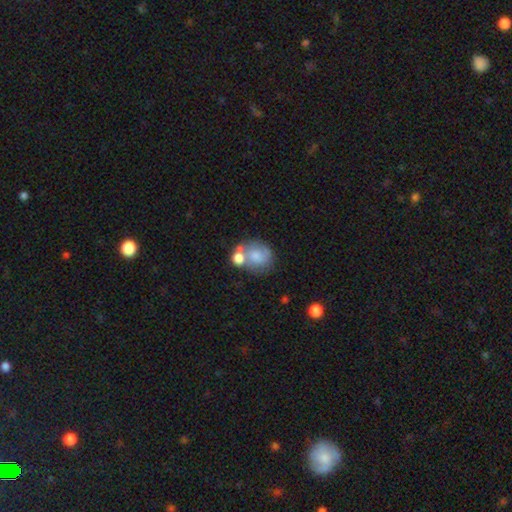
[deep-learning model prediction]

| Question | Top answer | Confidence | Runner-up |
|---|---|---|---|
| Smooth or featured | smooth | 66% | featured or disk (25%) |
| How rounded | round | 66% | in between (33%) |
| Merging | merger | 37% | none (36%) |